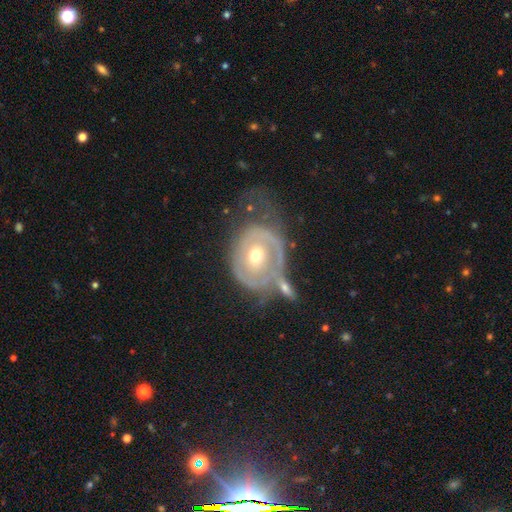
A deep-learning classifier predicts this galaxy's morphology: Smooth or featured? Predicted: featured or disk (p=0.74). Edge-on disk? Predicted: no (p=0.95). Bar? Predicted: no (p=0.77). Spiral arms? Predicted: yes (p=0.66). Bulge size? Predicted: moderate (p=0.66). Merging? Predicted: none (p=0.31).